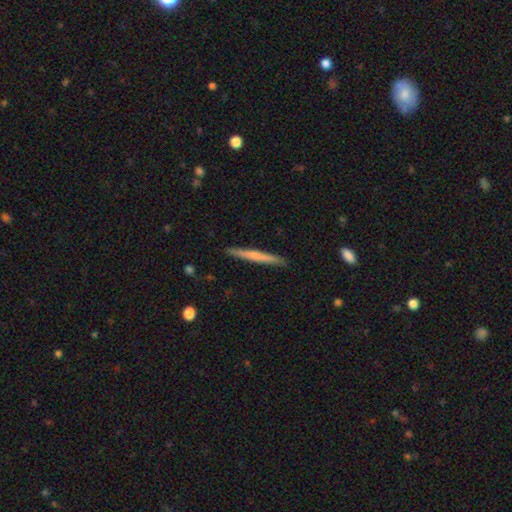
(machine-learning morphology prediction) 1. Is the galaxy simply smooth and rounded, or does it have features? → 55% smooth, 40% featured or disk, 5% star or artifact.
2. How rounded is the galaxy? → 96% cigar-shaped, 2% in between, 1% round.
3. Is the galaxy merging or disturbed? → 91% none, 7% minor disturbance, 1% major disturbance, 1% merger.